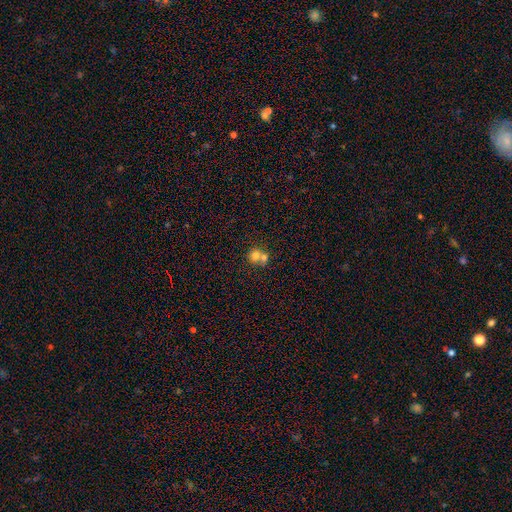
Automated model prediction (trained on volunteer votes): Smooth or featured? smooth (72%)
How rounded? round (83%)
Merging? merger (57%)